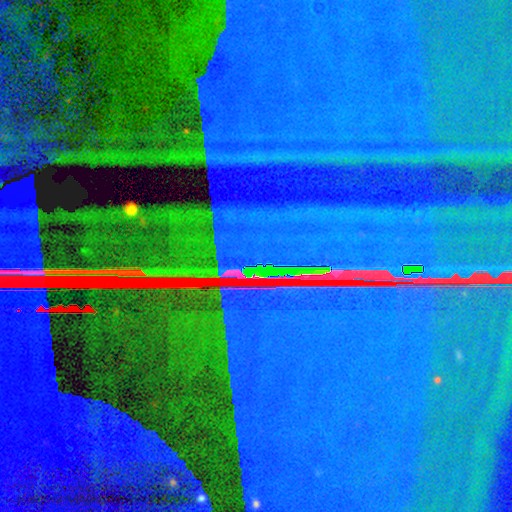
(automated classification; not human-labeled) Smooth or featured? star or artifact (88%)